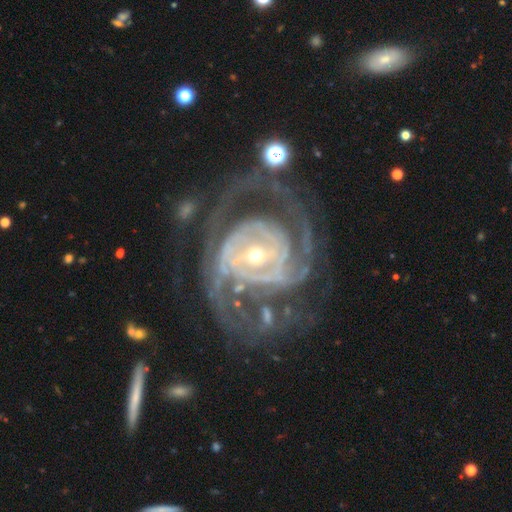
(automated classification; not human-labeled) Smooth or featured? featured or disk (91%)
Edge-on disk? no (98%)
Bar? no (43%)
Spiral arms? yes (96%)
Spiral winding? tight (61%)
Spiral arm count? 2 (31%)
Bulge size? small (67%)
Merging? none (52%)